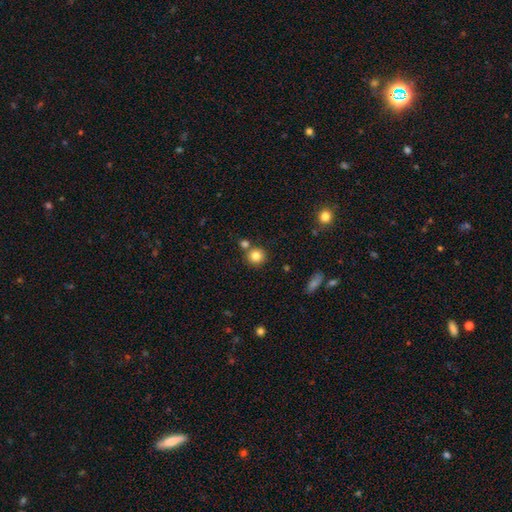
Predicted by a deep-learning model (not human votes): The model was most divided on "merging": none: 73%, merger: 16%, minor disturbance: 8%, major disturbance: 3%. More confident: how rounded — round (91%); smooth or featured — smooth (82%).